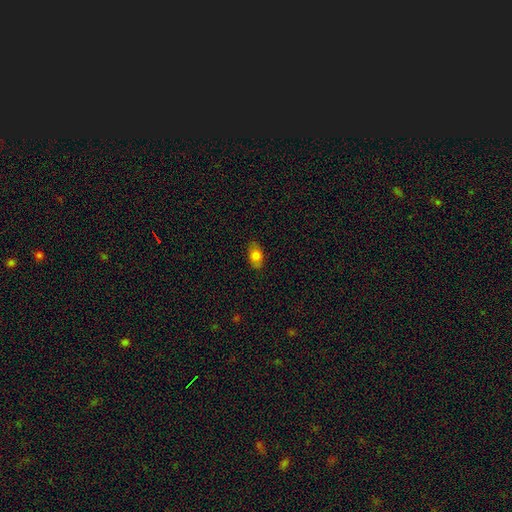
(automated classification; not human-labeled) Smooth or featured?
  - smooth: 79% *
  - featured or disk: 12%
  - star or artifact: 9%
How rounded?
  - in between: 90% *
  - round: 7%
  - cigar-shaped: 3%
Merging?
  - none: 84% *
  - minor disturbance: 12%
  - major disturbance: 3%
  - merger: 1%